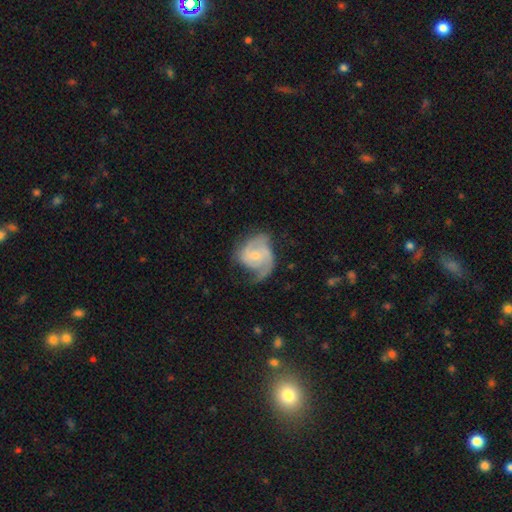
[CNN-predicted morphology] Q: Smooth or featured?
A: featured or disk (80%); runner-up: smooth (15%)
Q: Edge-on disk?
A: no (98%); runner-up: yes (2%)
Q: Bar?
A: no (59%); runner-up: weak (35%)
Q: Spiral arms?
A: yes (94%); runner-up: no (6%)
Q: Spiral winding?
A: medium (48%); runner-up: tight (29%)
Q: Spiral arm count?
A: 2 (59%); runner-up: 3 (13%)
Q: Bulge size?
A: small (61%); runner-up: moderate (32%)
Q: Merging?
A: none (49%); runner-up: minor disturbance (26%)